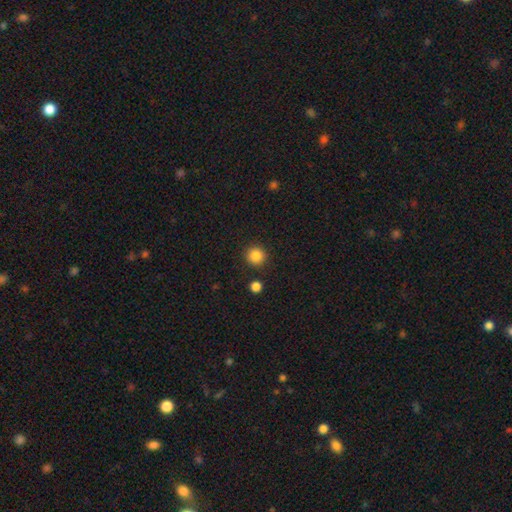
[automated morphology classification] Smooth or featured: smooth — 86% (star or artifact — 10%)
How rounded: round — 94% (in between — 5%)
Merging: none — 90% (minor disturbance — 6%)